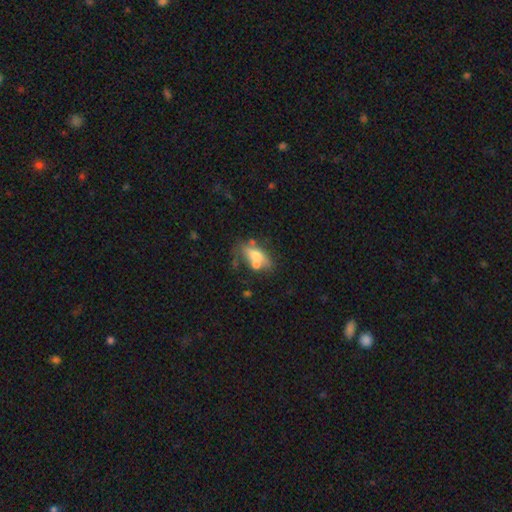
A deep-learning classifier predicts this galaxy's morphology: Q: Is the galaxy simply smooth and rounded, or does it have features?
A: smooth — 51%.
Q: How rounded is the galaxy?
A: in between — 72%.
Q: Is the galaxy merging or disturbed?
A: none — 36%.